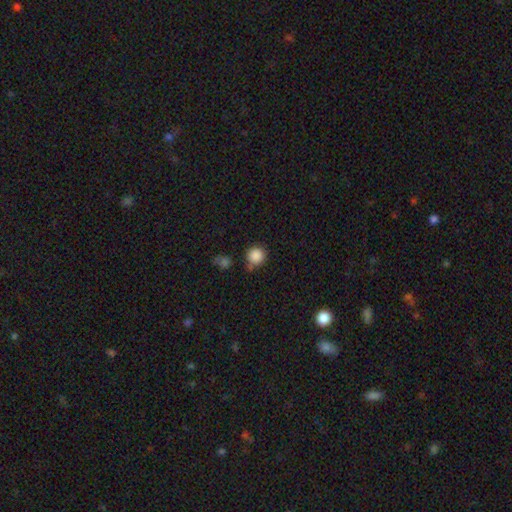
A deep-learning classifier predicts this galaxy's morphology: Q: Smooth or featured?
A: smooth (86%); runner-up: star or artifact (10%)
Q: How rounded?
A: round (93%); runner-up: in between (6%)
Q: Merging?
A: none (71%); runner-up: minor disturbance (15%)